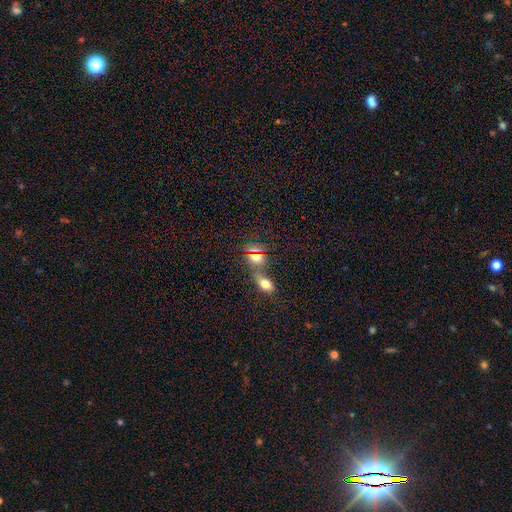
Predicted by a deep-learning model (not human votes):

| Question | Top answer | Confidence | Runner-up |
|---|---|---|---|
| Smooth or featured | smooth | 54% | star or artifact (34%) |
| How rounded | in between | 56% | round (38%) |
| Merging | none | 41% | merger (40%) |